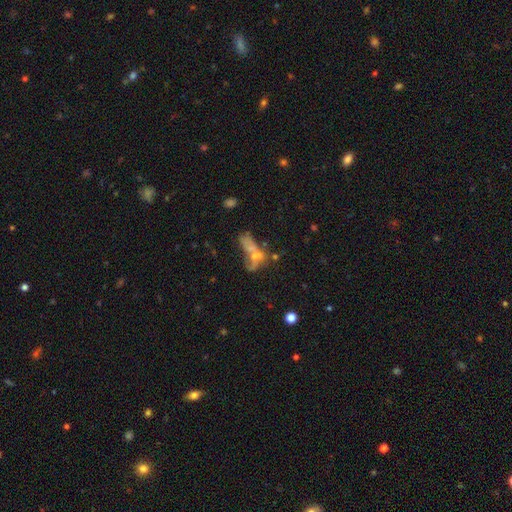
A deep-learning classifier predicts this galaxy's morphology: smooth-or-featured: featured or disk: 43% | smooth: 37% | star or artifact: 20%
  merging: merger: 46% | major disturbance: 24% | none: 20% | minor disturbance: 11%